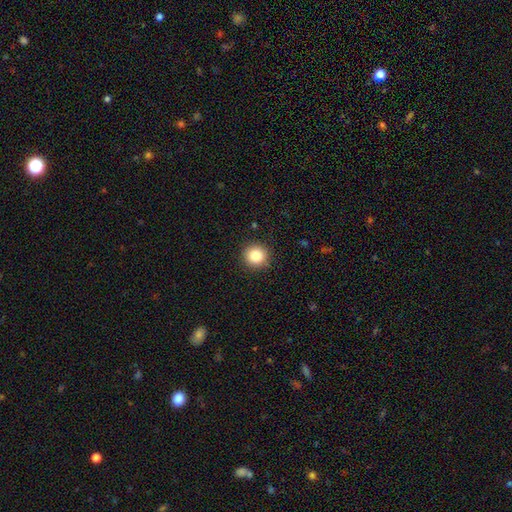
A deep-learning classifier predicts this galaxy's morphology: A smooth galaxy with no disk features (85%) that is round (93%).

Vote fractions:
- Smooth or featured? smooth: 85% / star or artifact: 10% / featured or disk: 5%
- How rounded? round: 93% / in between: 6% / cigar-shaped: 1%
- Merging? none: 90% / minor disturbance: 7% / major disturbance: 2% / merger: 1%